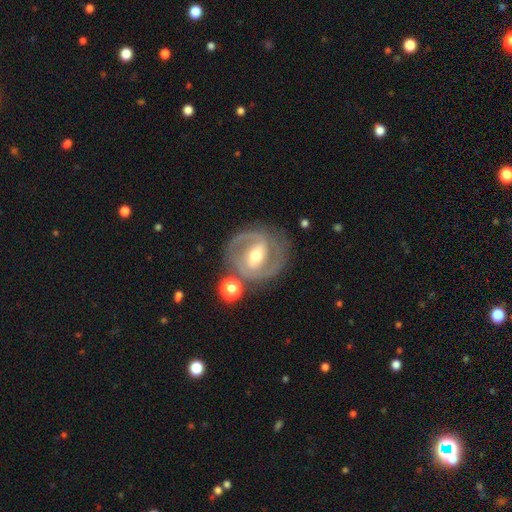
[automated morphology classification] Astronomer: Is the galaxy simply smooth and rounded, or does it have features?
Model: featured or disk — 85%.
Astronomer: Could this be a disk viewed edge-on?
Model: no — 97%.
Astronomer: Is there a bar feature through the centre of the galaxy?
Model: strong — 44% (runner-up: weak, 42%).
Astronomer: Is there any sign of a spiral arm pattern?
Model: yes — 92%.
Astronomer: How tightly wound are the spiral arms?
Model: medium — 48% (runner-up: tight, 42%).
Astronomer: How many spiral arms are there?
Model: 2 — 86%.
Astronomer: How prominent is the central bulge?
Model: moderate — 70%.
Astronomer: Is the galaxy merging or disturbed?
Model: none — 75%.